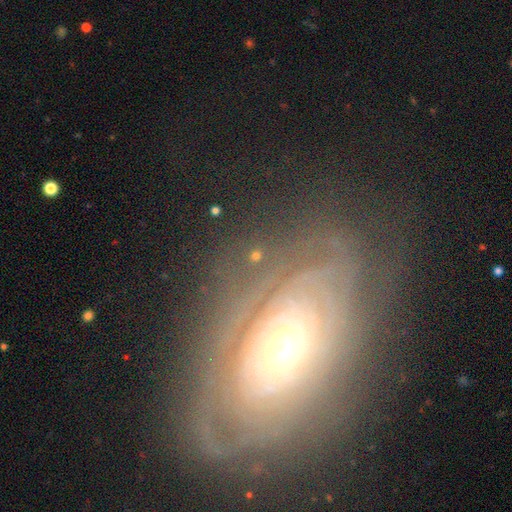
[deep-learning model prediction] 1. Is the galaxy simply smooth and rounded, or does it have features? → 41% star or artifact, 36% smooth, 23% featured or disk.